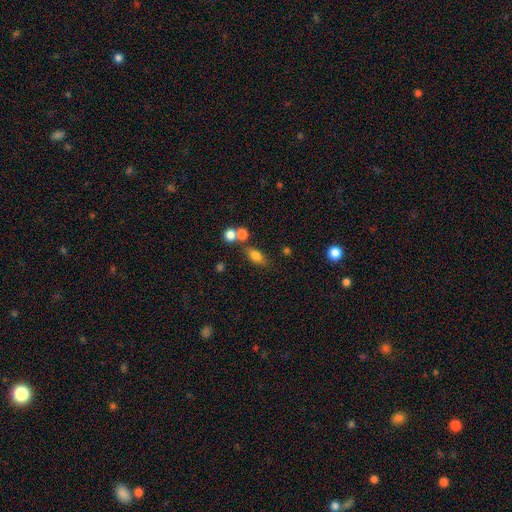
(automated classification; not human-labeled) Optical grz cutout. It shows a smooth galaxy with no disk features (76%) that is in between round and cigar-shaped (75%). Merging: none (63%).